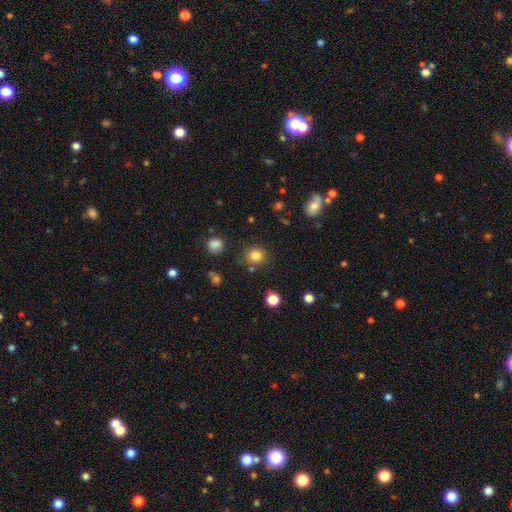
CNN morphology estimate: Smooth or featured?
  - smooth: 82% *
  - star or artifact: 13%
  - featured or disk: 6%
How rounded?
  - round: 85% *
  - in between: 15%
  - cigar-shaped: 1%
Merging?
  - none: 81% *
  - minor disturbance: 10%
  - merger: 5%
  - major disturbance: 4%